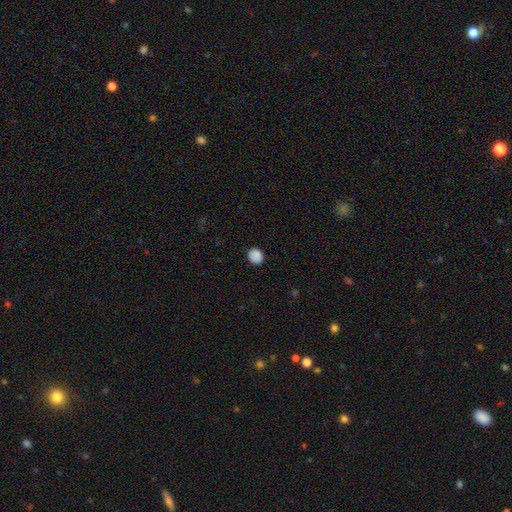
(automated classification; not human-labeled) A smooth galaxy with no disk features (86%) that is round (76%).

Vote fractions:
- Smooth or featured? smooth: 86% / star or artifact: 9% / featured or disk: 4%
- How rounded? round: 76% / in between: 23% / cigar-shaped: 1%
- Merging? none: 85% / minor disturbance: 12% / major disturbance: 2% / merger: 1%